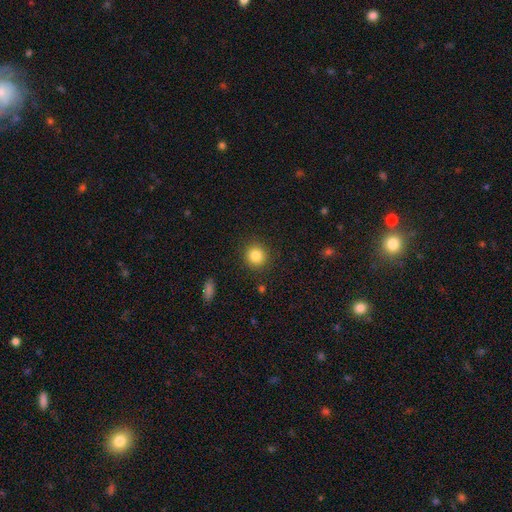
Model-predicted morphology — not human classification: This appears to be a smooth galaxy with no disk features (84%) that is round (91%). Merging: none (90%).